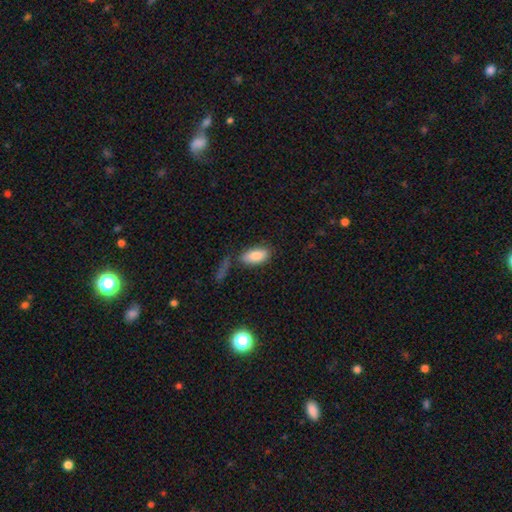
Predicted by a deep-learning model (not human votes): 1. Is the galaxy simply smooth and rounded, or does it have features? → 85% smooth, 9% featured or disk, 7% star or artifact.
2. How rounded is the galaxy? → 91% in between, 7% cigar-shaped, 3% round.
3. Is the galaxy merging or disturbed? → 66% none, 17% minor disturbance, 10% merger, 7% major disturbance.